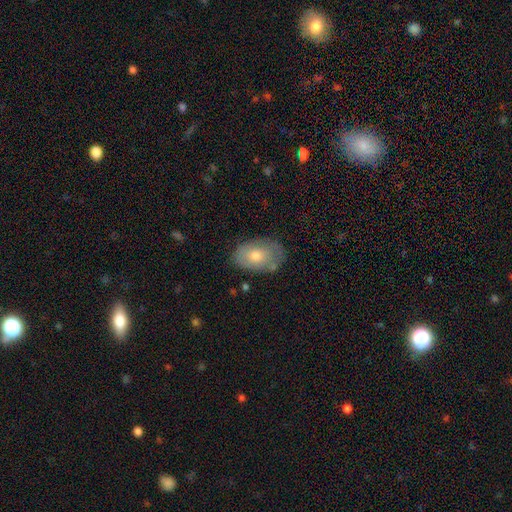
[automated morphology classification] Overall: smooth (64%; featured or disk 29%). How rounded: in between (89%). Merging: none (72%).